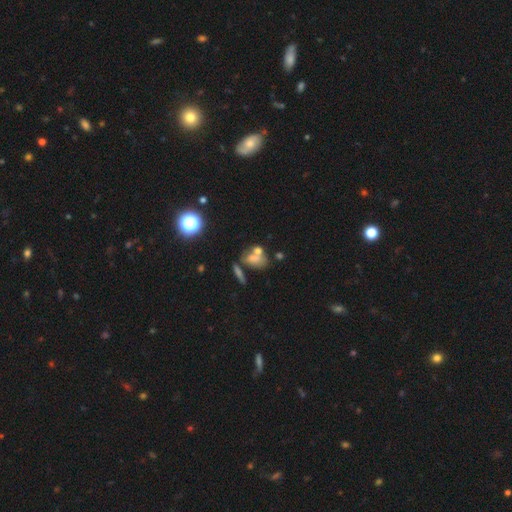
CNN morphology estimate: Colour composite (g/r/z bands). It shows a smooth galaxy with no disk features (61%) that is in between round and cigar-shaped (67%). Merging: merger (42%).